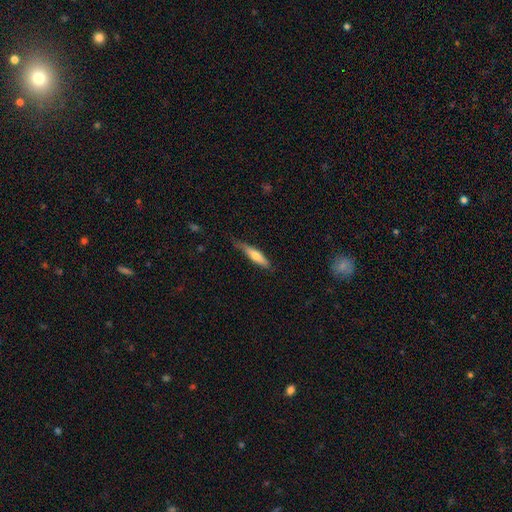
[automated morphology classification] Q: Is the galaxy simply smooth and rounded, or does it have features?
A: smooth — 63%.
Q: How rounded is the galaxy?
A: cigar-shaped — 77%.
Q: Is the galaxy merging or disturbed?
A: none — 65%.